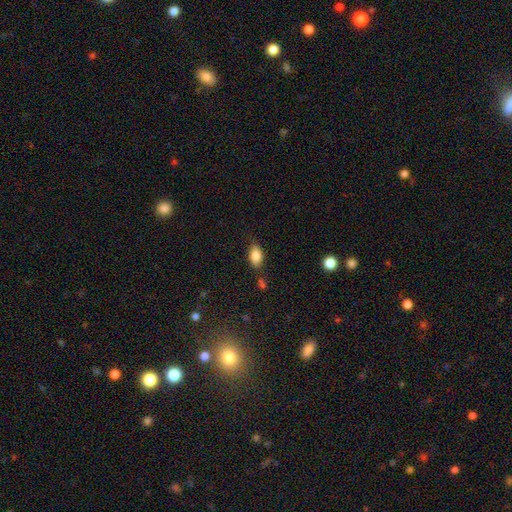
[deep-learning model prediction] The model was most divided on "merging": none: 74%, minor disturbance: 18%, merger: 4%, major disturbance: 4%. More confident: how rounded — in between (90%); smooth or featured — smooth (84%).